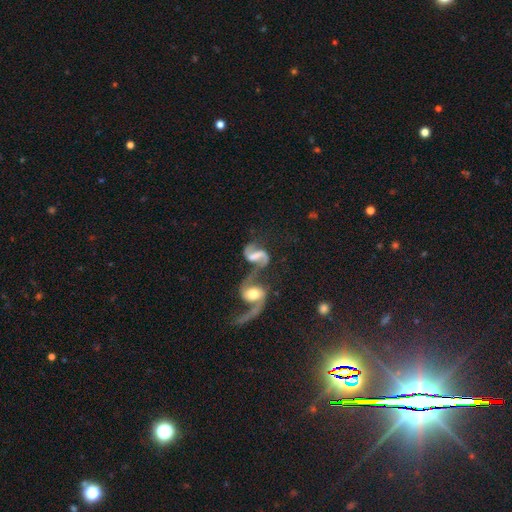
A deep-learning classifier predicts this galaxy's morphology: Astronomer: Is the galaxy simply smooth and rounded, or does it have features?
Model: featured or disk — 79%.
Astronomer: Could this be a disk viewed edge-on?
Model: no — 97%.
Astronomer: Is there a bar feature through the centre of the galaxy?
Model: weak — 39% (runner-up: strong, 37%).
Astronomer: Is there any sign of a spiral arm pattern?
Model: yes — 92%.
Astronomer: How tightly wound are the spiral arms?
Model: loose — 58% (runner-up: medium, 34%).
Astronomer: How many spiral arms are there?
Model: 2 — 87%.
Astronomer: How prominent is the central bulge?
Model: moderate — 32% (runner-up: none, 29%).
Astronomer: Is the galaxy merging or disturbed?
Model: merger — 49% (runner-up: none, 27%).